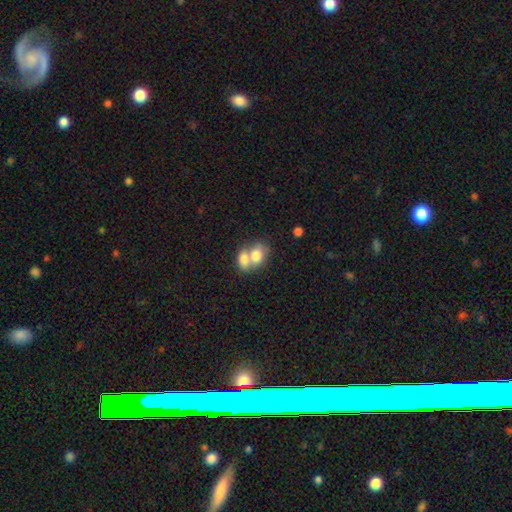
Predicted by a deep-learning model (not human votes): Q: Smooth or featured?
A: smooth (74%); runner-up: featured or disk (18%)
Q: How rounded?
A: in between (70%); runner-up: round (29%)
Q: Merging?
A: merger (72%); runner-up: none (18%)